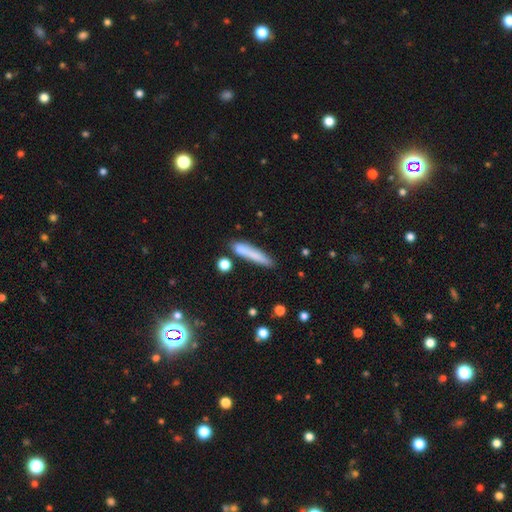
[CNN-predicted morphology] Smooth or featured? Predicted: smooth (p=0.75). How rounded? Predicted: cigar-shaped (p=0.88). Merging? Predicted: none (p=0.69).